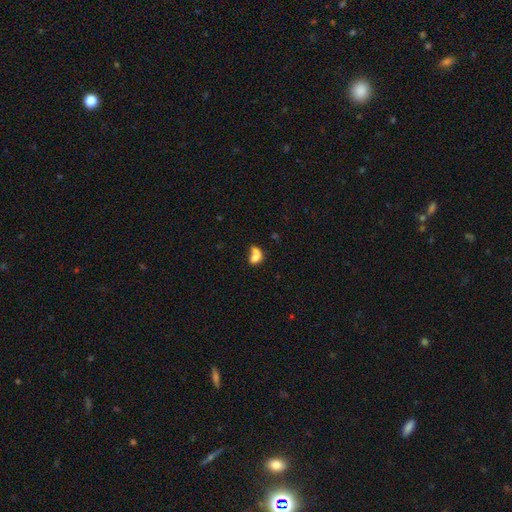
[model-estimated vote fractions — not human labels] smooth_or_featured: smooth (p=0.70) [alt: featured or disk p=0.19]
how_rounded: in between (p=0.73) [alt: round p=0.24]
merging: merger (p=0.62) [alt: none p=0.19]